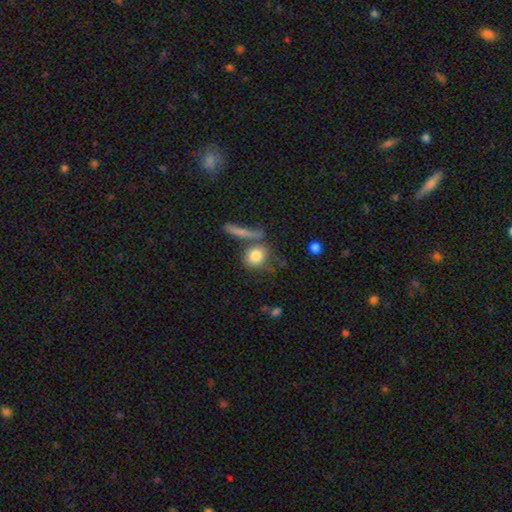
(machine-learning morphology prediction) This is clearly a smooth galaxy (81%). How rounded: likely round (69%). Merging: likely none (62%).